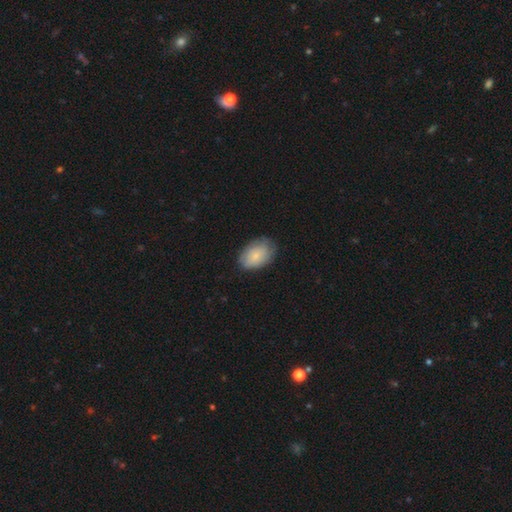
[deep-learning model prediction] A smooth galaxy with no disk features (78%) that is in between round and cigar-shaped (86%).

Vote fractions:
- Smooth or featured? smooth: 78% / featured or disk: 16% / star or artifact: 6%
- How rounded? in between: 86% / round: 13% / cigar-shaped: 1%
- Merging? none: 72% / minor disturbance: 22% / major disturbance: 5% / merger: 1%